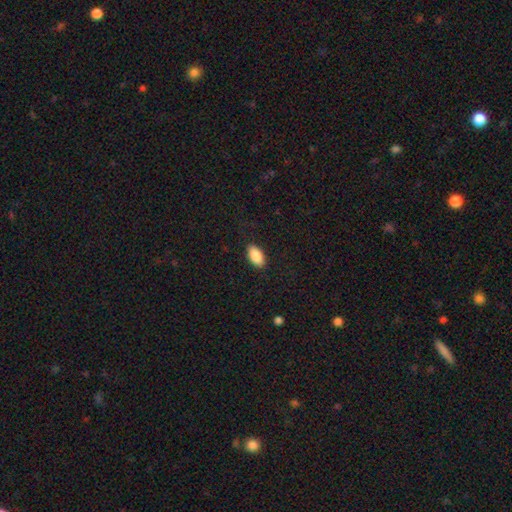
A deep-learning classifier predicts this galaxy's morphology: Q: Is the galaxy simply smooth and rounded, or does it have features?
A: smooth — 88%.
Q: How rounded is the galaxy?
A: in between — 94%.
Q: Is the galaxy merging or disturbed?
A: none — 87%.